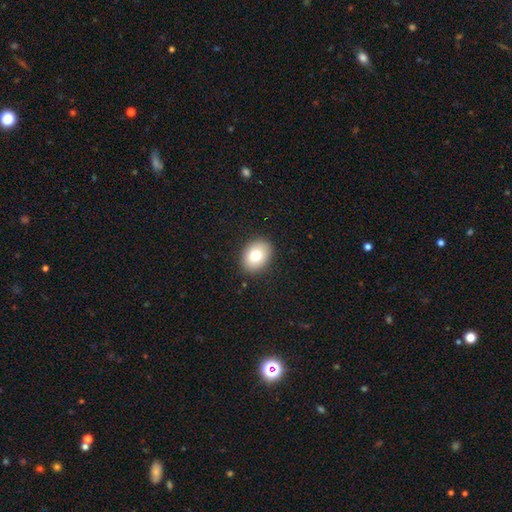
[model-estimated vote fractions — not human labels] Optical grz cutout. It shows a smooth galaxy with no disk features (79%) that is in between round and cigar-shaped (66%). Merging: none (89%).